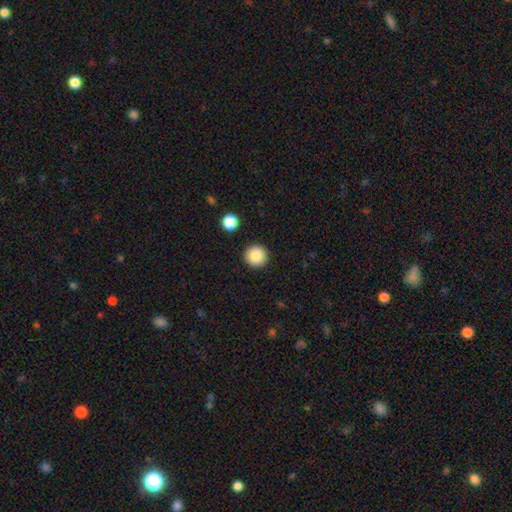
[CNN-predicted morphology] smooth 87%, star or artifact 9%, featured or disk 4%. Down the decision tree: how rounded — round (95%); merging — none (91%).